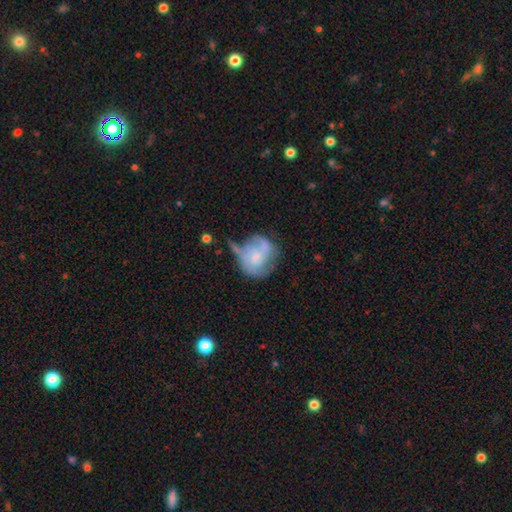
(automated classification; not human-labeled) A featured or disk galaxy (61%) with no bar (72%), spiral arms (76%) and a small central bulge (57%).

Vote fractions:
- Smooth or featured? featured or disk: 61% / smooth: 32% / star or artifact: 7%
- Edge-on disk? no: 98% / yes: 2%
- Bar? no: 72% / weak: 24% / strong: 4%
- Spiral arms? yes: 76% / no: 24%
- Bulge size? small: 57% / moderate: 26% / none: 13% / large: 3% / dominant: 1%
- Merging? none: 37% / minor disturbance: 27% / major disturbance: 23% / merger: 12%